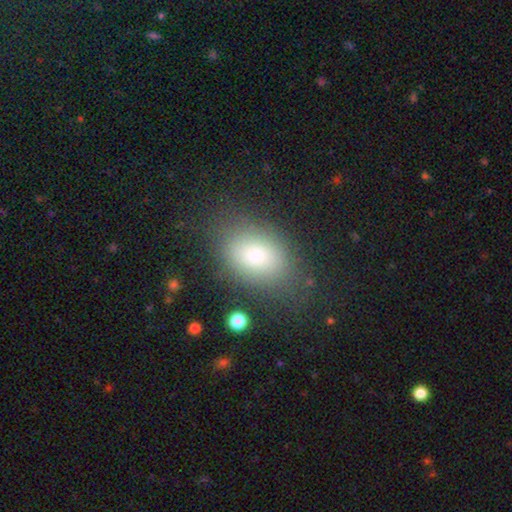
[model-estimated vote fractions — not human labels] Smooth or featured? Predicted: smooth (p=0.79). How rounded? Predicted: in between (p=0.82). Merging? Predicted: none (p=0.71).